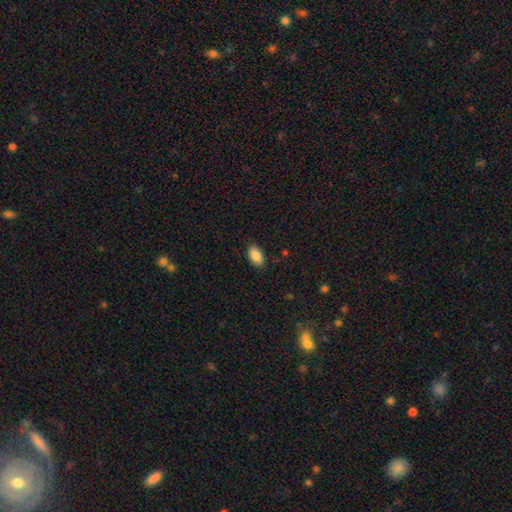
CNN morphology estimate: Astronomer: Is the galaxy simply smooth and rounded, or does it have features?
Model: smooth — 88%.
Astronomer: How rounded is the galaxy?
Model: in between — 94%.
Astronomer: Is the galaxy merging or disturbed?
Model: none — 86%.